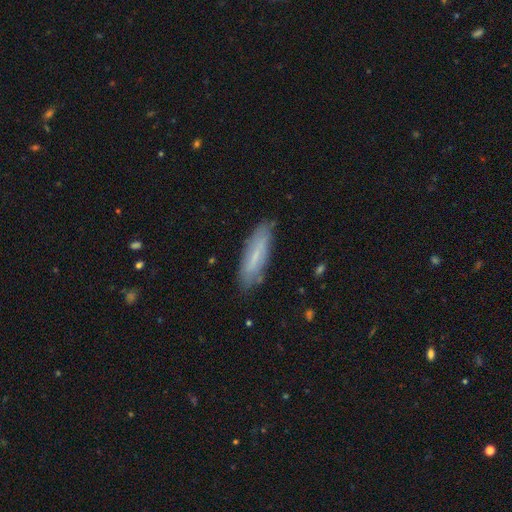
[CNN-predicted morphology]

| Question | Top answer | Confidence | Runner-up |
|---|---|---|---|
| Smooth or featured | smooth | 53% | featured or disk (39%) |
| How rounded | cigar-shaped | 61% | in between (37%) |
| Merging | none | 79% | minor disturbance (16%) |